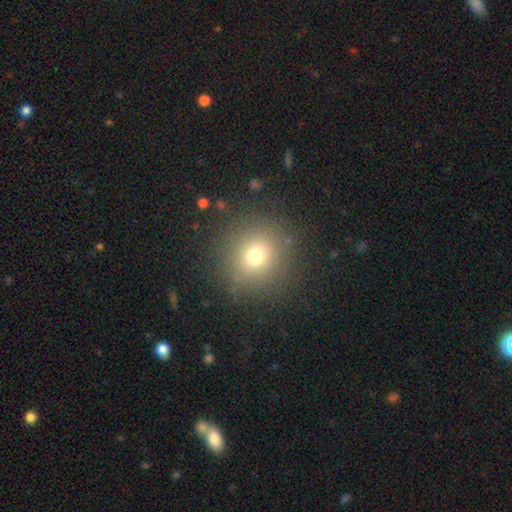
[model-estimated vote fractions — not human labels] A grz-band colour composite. It shows a smooth galaxy with no disk features (72%) that is round (92%). Merging: none (88%).